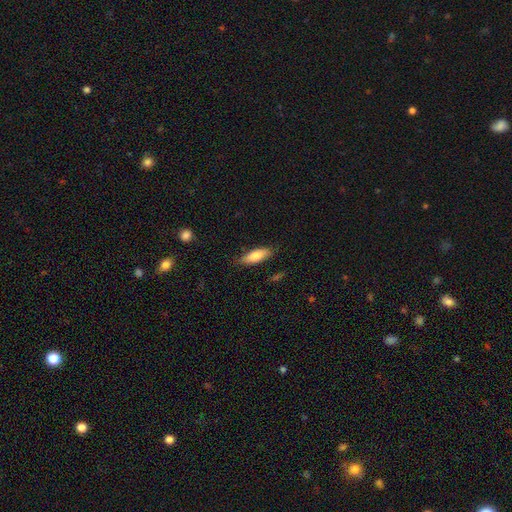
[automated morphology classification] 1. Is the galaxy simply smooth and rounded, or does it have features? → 76% smooth, 17% featured or disk, 6% star or artifact.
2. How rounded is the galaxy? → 61% in between, 37% cigar-shaped, 2% round.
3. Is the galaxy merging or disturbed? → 80% none, 16% minor disturbance, 3% major disturbance, 2% merger.